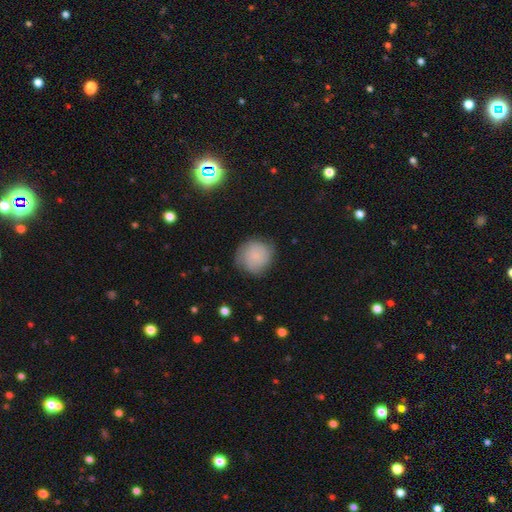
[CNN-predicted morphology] Q: Smooth or featured?
A: smooth (68%); runner-up: featured or disk (24%)
Q: How rounded?
A: round (88%); runner-up: in between (11%)
Q: Merging?
A: none (68%); runner-up: minor disturbance (23%)